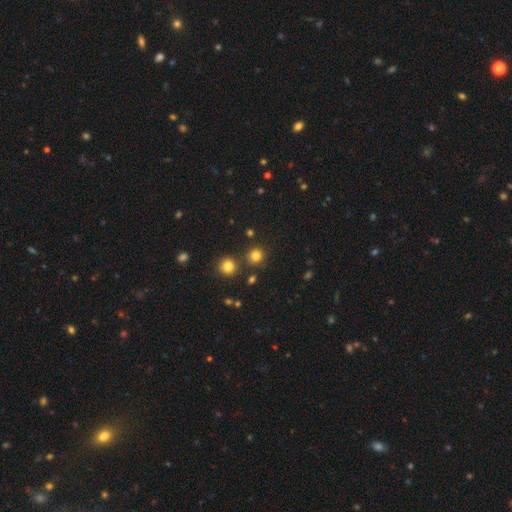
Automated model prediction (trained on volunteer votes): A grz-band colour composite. It shows a smooth galaxy with no disk features (79%) that is round (91%). Merging: none (82%).